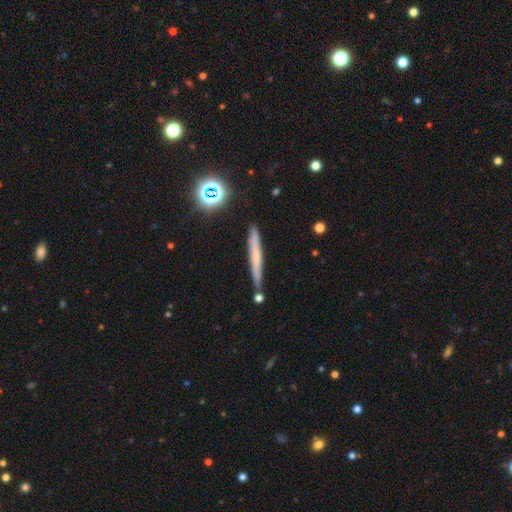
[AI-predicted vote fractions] Smooth or featured: smooth — 49% (featured or disk — 39%)
Merging: none — 84% (minor disturbance — 10%)